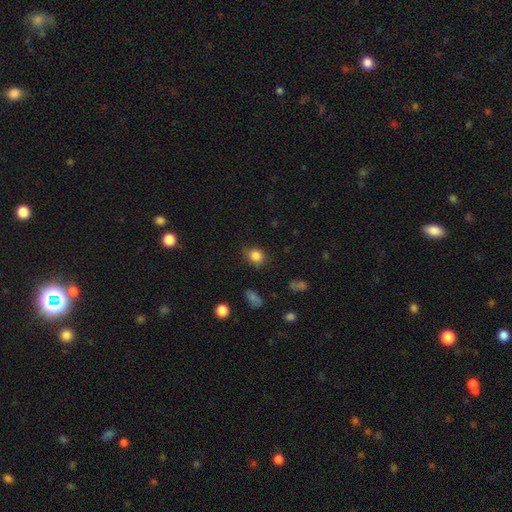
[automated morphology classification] Q: Smooth or featured?
A: smooth (84%); runner-up: star or artifact (11%)
Q: How rounded?
A: round (70%); runner-up: in between (29%)
Q: Merging?
A: none (76%); runner-up: minor disturbance (18%)